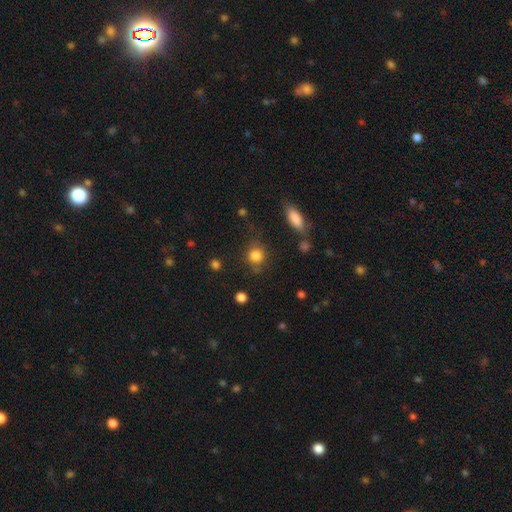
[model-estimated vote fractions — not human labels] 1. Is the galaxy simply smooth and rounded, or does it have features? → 83% smooth, 11% star or artifact, 6% featured or disk.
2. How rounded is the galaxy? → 81% round, 17% in between, 2% cigar-shaped.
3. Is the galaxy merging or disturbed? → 72% none, 16% minor disturbance, 6% major disturbance, 5% merger.